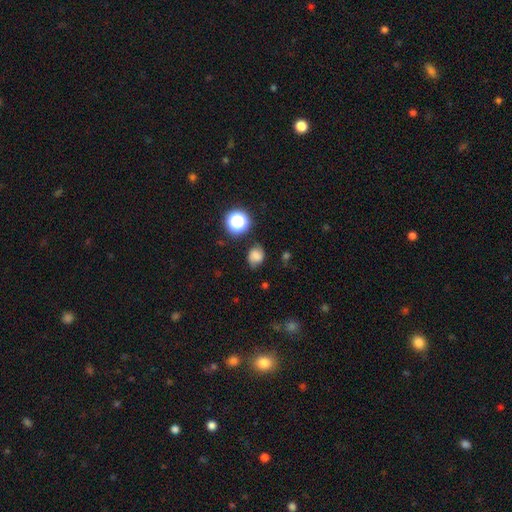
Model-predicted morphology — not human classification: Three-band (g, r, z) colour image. It shows a smooth galaxy with no disk features (65%) that is round (56%). Merging: none (67%).